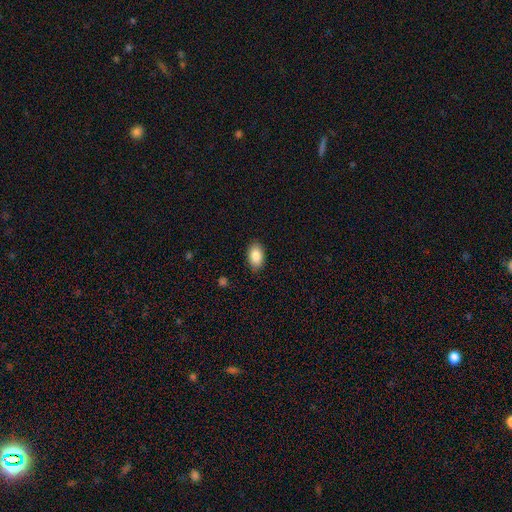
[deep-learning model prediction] Q: Smooth or featured?
A: smooth (87%); runner-up: star or artifact (7%)
Q: How rounded?
A: in between (92%); runner-up: round (6%)
Q: Merging?
A: none (87%); runner-up: minor disturbance (9%)